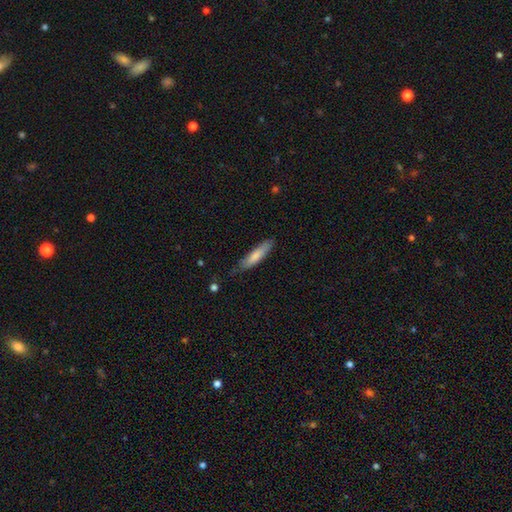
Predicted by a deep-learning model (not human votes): smooth 77%, featured or disk 18%, star or artifact 5%. Down the decision tree: how rounded — cigar-shaped (74%); merging — none (72%).